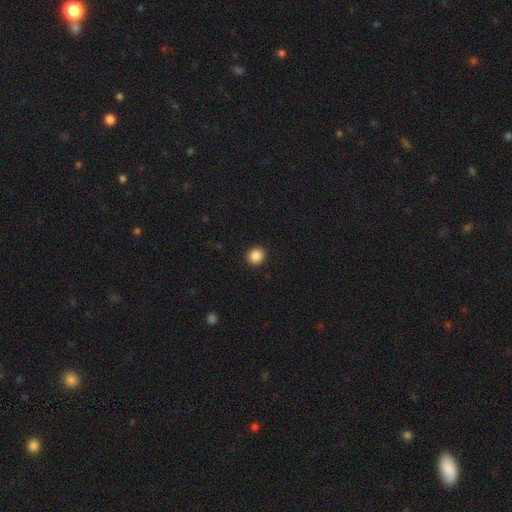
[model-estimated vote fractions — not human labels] Smooth or featured? smooth (87%)
How rounded? round (86%)
Merging? none (92%)